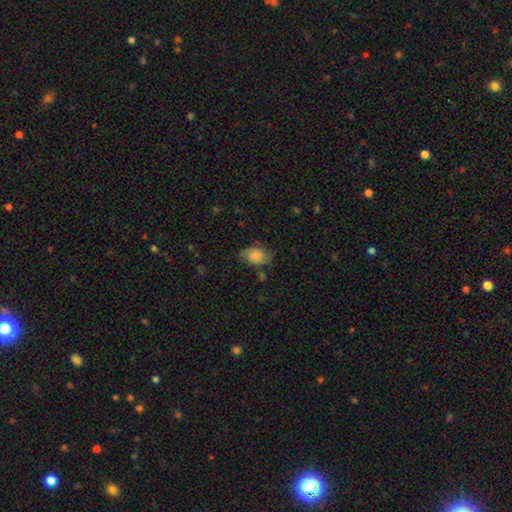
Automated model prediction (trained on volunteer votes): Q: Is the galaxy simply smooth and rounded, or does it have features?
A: smooth — 71%.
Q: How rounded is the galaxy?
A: in between — 82%.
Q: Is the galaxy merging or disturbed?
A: none — 60%.